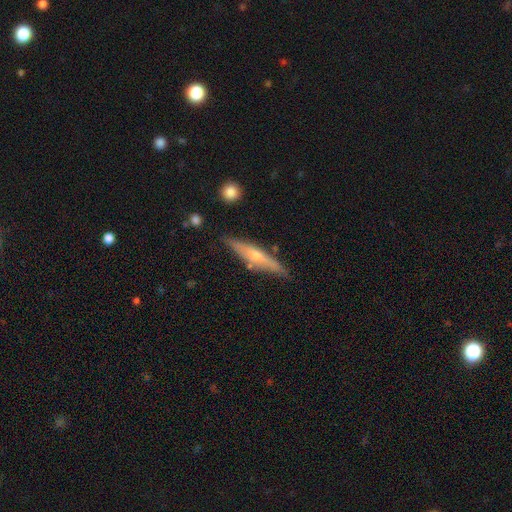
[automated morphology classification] This appears to be a featured or disk galaxy (63%) viewed edge-on (93%) with a rounded central bulge (82%). Merging: none (83%).